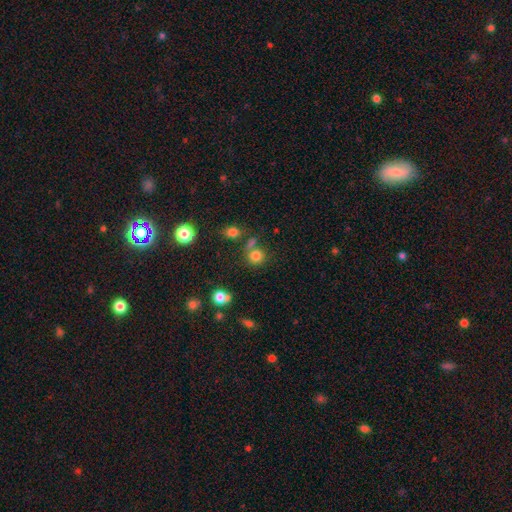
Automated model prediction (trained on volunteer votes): The model was most divided on "merging": none: 63%, merger: 20%, minor disturbance: 12%, major disturbance: 6%. More confident: how rounded — round (87%); smooth or featured — smooth (78%).